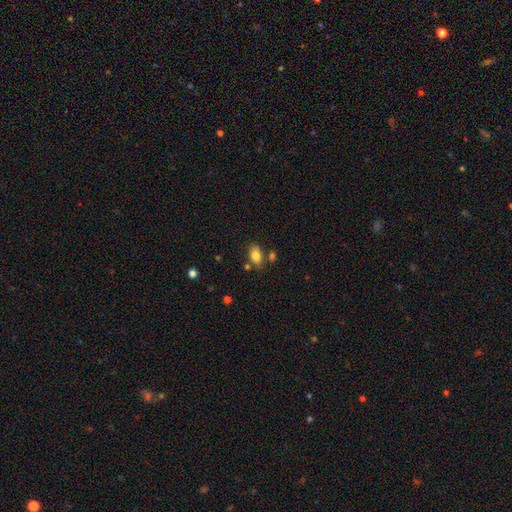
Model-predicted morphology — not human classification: This appears to be a smooth galaxy with no disk features (81%) that is in between round and cigar-shaped (86%). Merging: none (71%).